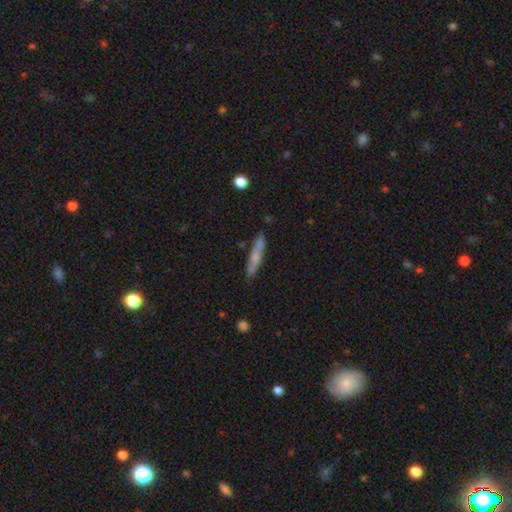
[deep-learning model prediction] Smooth or featured? Predicted: smooth (p=0.58). How rounded? Predicted: cigar-shaped (p=0.90). Merging? Predicted: none (p=0.81).